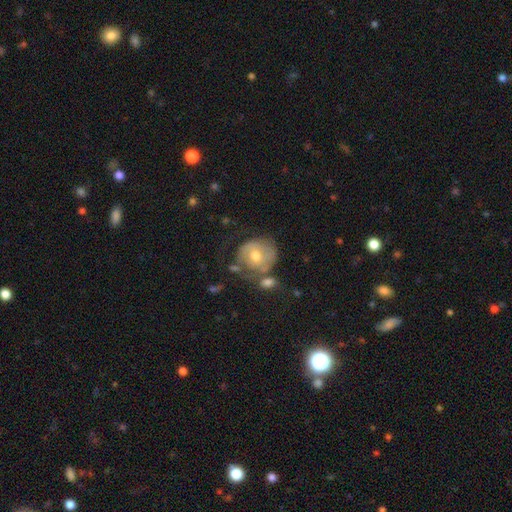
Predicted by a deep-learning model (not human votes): smooth 51%, featured or disk 42%, star or artifact 7%. Down the decision tree: how rounded — round (78%); merging — none (47%).